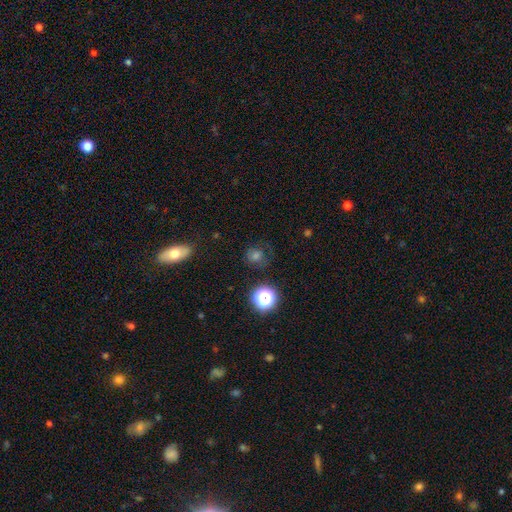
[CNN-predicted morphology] This appears to be a smooth galaxy with no disk features (59%) that is round (76%). Merging: none (71%).